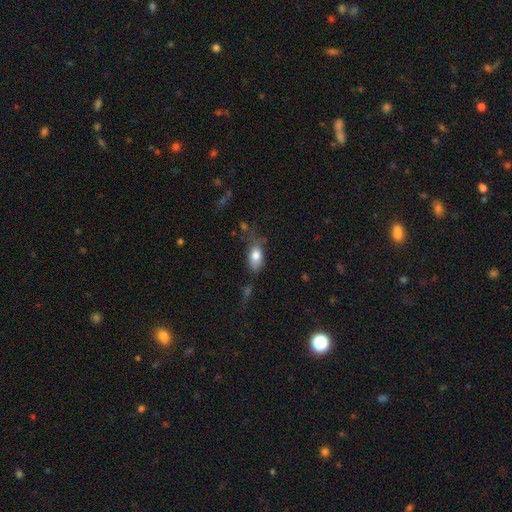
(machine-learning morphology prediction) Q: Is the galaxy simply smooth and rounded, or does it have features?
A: smooth — 80%.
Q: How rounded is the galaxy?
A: in between — 87%.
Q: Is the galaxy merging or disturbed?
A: none — 45%.